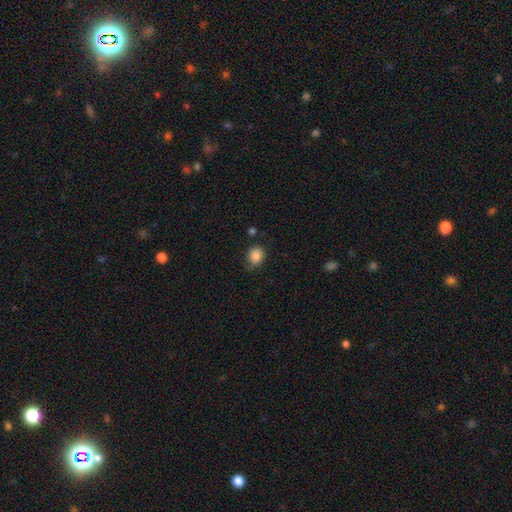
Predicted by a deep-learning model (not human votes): Morphology: type=smooth (84%); roundness=round (73%); merging=none (64%).